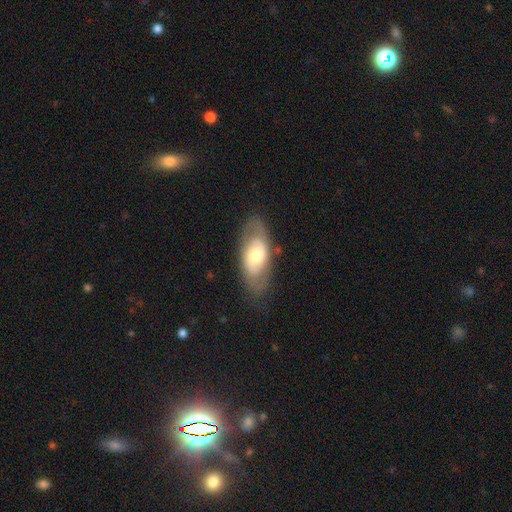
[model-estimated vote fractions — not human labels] Smooth or featured? featured or disk (55%)
Edge-on disk? no (87%)
Merging? none (77%)